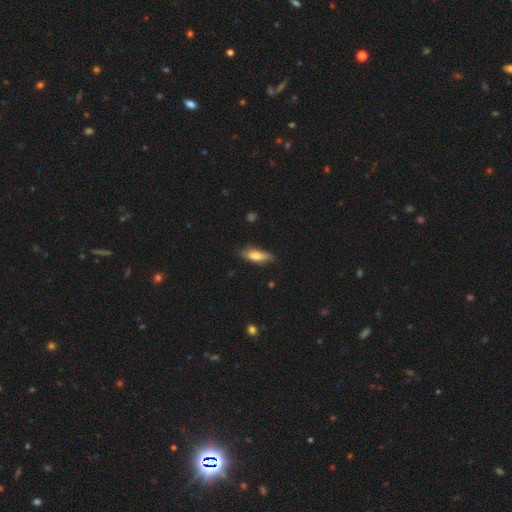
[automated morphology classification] Q: Smooth or featured?
A: smooth (72%); runner-up: featured or disk (22%)
Q: How rounded?
A: in between (55%); runner-up: cigar-shaped (43%)
Q: Merging?
A: none (74%); runner-up: minor disturbance (21%)